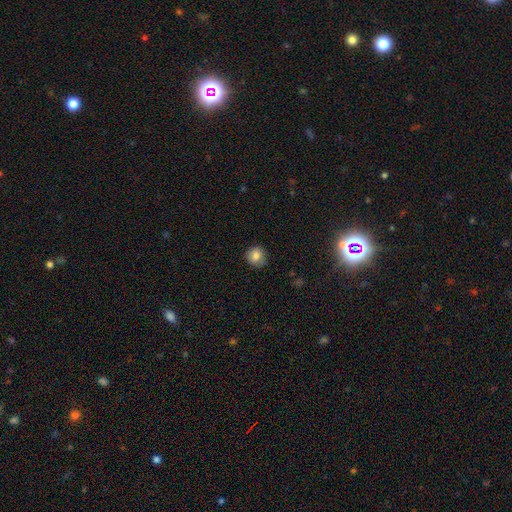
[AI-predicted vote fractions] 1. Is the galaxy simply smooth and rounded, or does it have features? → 83% smooth, 10% star or artifact, 8% featured or disk.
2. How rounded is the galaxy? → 85% round, 14% in between, 1% cigar-shaped.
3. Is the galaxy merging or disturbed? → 82% none, 14% minor disturbance, 3% major disturbance, 1% merger.